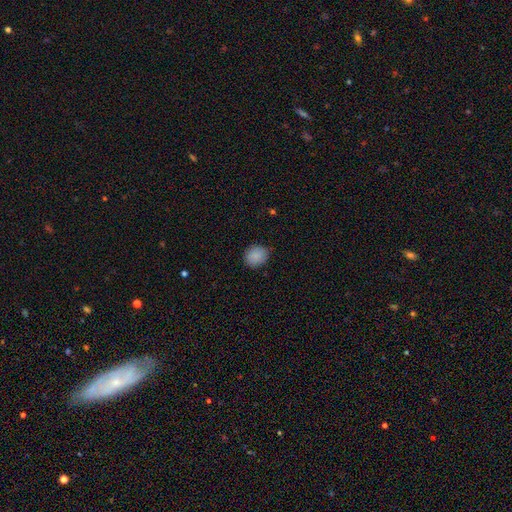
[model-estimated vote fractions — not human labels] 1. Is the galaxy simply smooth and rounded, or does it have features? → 88% smooth, 8% star or artifact, 4% featured or disk.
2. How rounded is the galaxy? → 71% round, 28% in between, 1% cigar-shaped.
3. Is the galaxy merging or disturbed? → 84% none, 13% minor disturbance, 2% major disturbance, 1% merger.